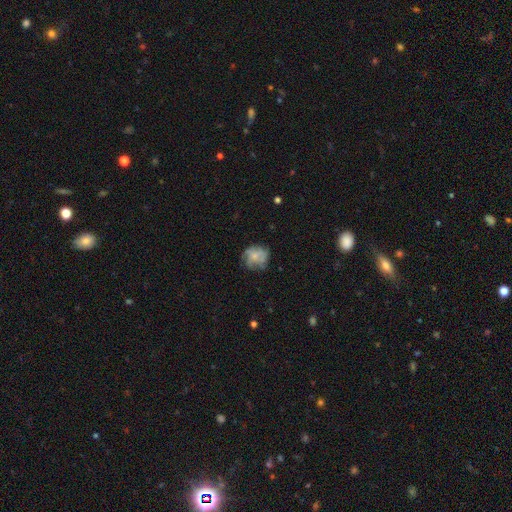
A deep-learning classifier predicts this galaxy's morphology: This appears to be a featured or disk galaxy (50%). Merging: none (63%).